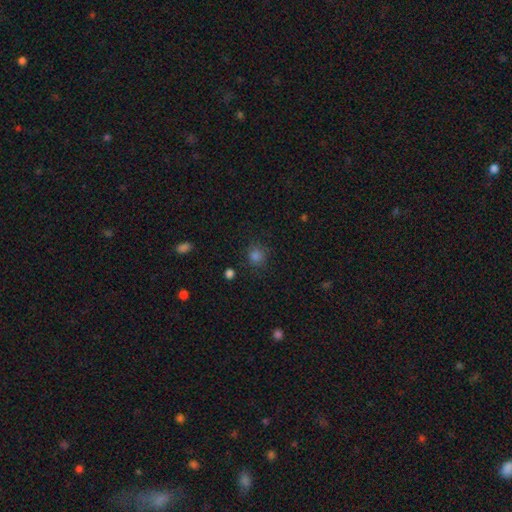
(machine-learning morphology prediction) Smooth or featured?
  - smooth: 79% *
  - star or artifact: 16%
  - featured or disk: 4%
How rounded?
  - round: 89% *
  - in between: 10%
  - cigar-shaped: 1%
Merging?
  - none: 86% *
  - minor disturbance: 9%
  - major disturbance: 3%
  - merger: 2%